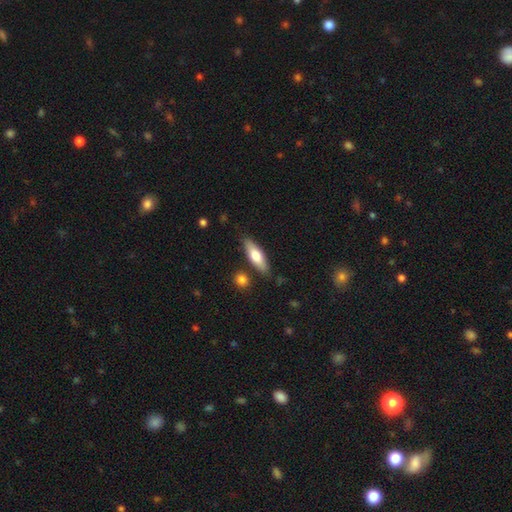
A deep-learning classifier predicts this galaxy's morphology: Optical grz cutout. It shows a smooth galaxy with no disk features (65%) that is cigar-shaped (52%). Merging: none (82%).